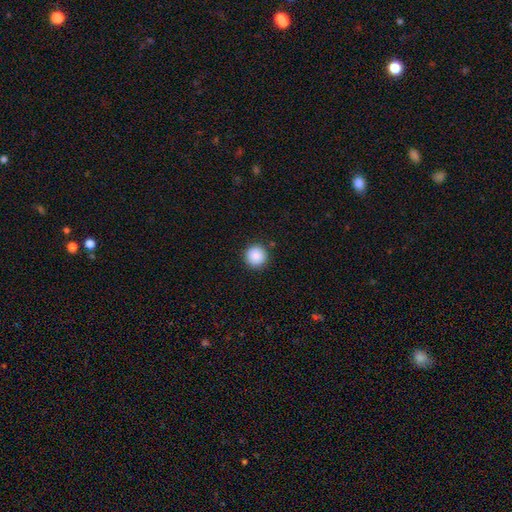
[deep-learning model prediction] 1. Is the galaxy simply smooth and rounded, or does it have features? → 87% smooth, 9% star or artifact, 4% featured or disk.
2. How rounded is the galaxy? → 96% round, 3% in between, 1% cigar-shaped.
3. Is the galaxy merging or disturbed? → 91% none, 6% minor disturbance, 2% major disturbance, 1% merger.